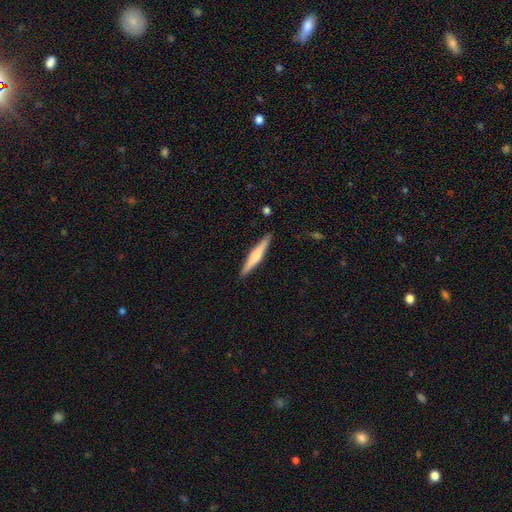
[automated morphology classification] smooth_or_featured: featured or disk (p=0.49) [alt: smooth p=0.45]
merging: none (p=0.90) [alt: minor disturbance p=0.07]